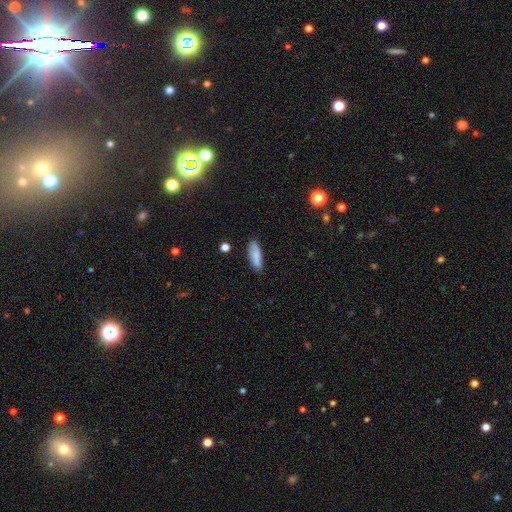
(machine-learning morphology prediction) smooth_or_featured: smooth (p=0.80) [alt: featured or disk p=0.13]
how_rounded: in between (p=0.53) [alt: cigar-shaped p=0.45]
merging: none (p=0.81) [alt: minor disturbance p=0.14]